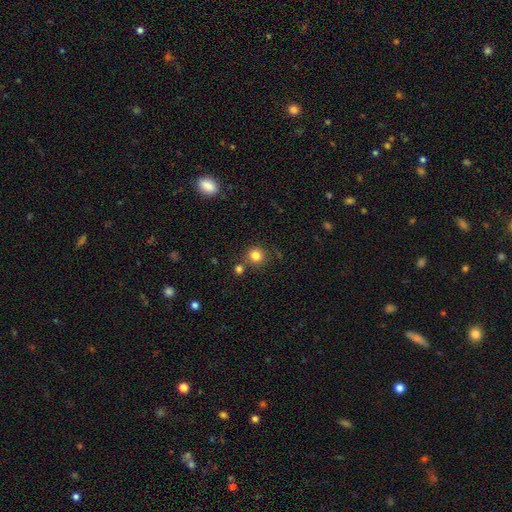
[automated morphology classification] smooth_or_featured: smooth (p=0.83) [alt: star or artifact p=0.11]
how_rounded: round (p=0.92) [alt: in between p=0.07]
merging: none (p=0.72) [alt: merger p=0.14]